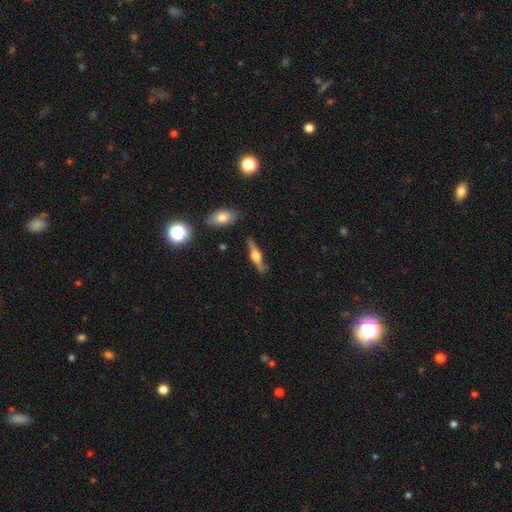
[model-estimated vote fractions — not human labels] featured or disk 71%, smooth 23%, star or artifact 6%. Down the decision tree: edge-on disk — yes (96%); edge-on bulge — rounded (93%); merging — none (85%).